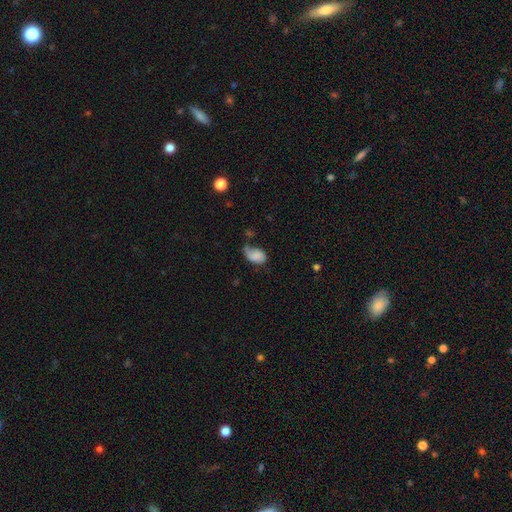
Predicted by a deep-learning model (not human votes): Smooth or featured?
  - smooth: 62% *
  - featured or disk: 29%
  - star or artifact: 9%
How rounded?
  - in between: 84% *
  - round: 14%
  - cigar-shaped: 1%
Merging?
  - none: 35% *
  - minor disturbance: 33%
  - major disturbance: 25%
  - merger: 7%